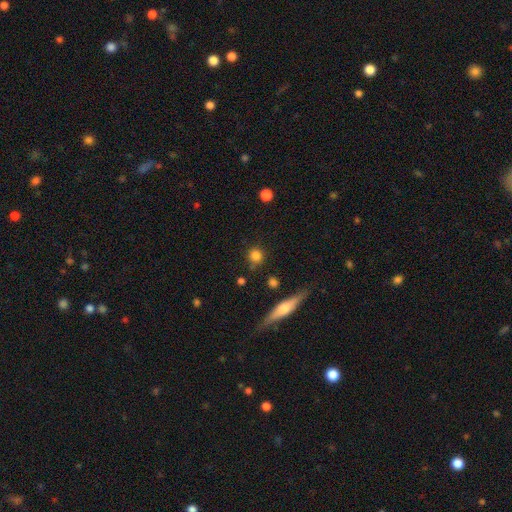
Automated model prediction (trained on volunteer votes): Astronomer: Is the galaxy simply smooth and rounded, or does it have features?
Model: smooth — 82%.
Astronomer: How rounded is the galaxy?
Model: round — 88%.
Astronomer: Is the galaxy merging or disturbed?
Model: none — 82%.